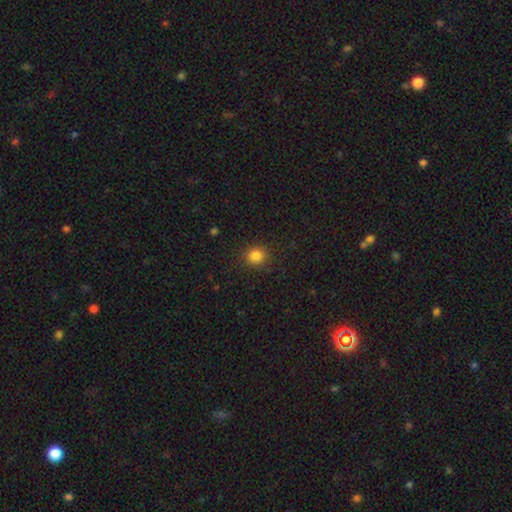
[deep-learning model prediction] A smooth galaxy with no disk features (84%) that is round (82%).

Vote fractions:
- Smooth or featured? smooth: 84% / star or artifact: 12% / featured or disk: 4%
- How rounded? round: 82% / in between: 17% / cigar-shaped: 1%
- Merging? none: 88% / minor disturbance: 8% / major disturbance: 3% / merger: 1%